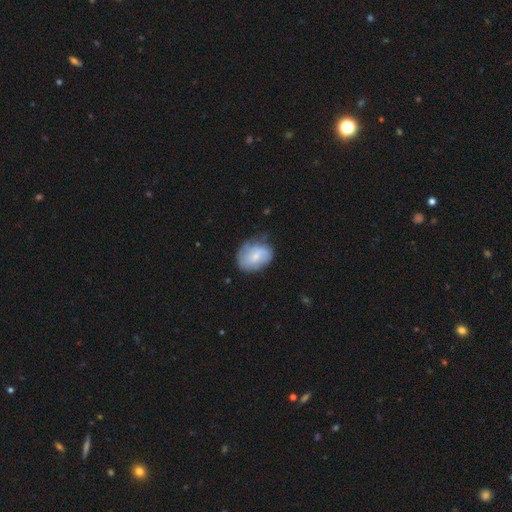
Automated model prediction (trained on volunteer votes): The model was most divided on "smooth or featured": featured or disk: 50%, smooth: 43%, star or artifact: 7%. More confident: merging — none (59%).